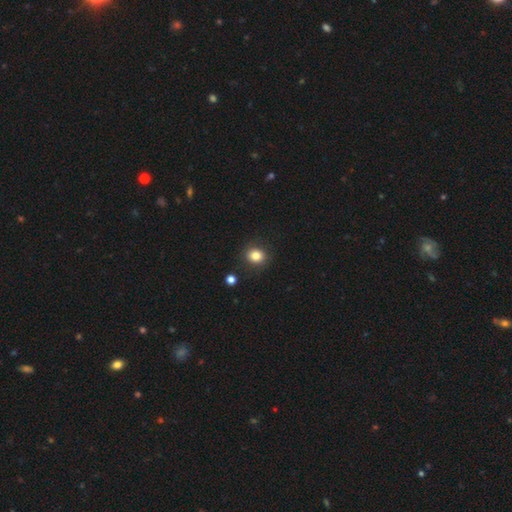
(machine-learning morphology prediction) A smooth galaxy with no disk features (84%) that is round (74%). Merging: none (87%).